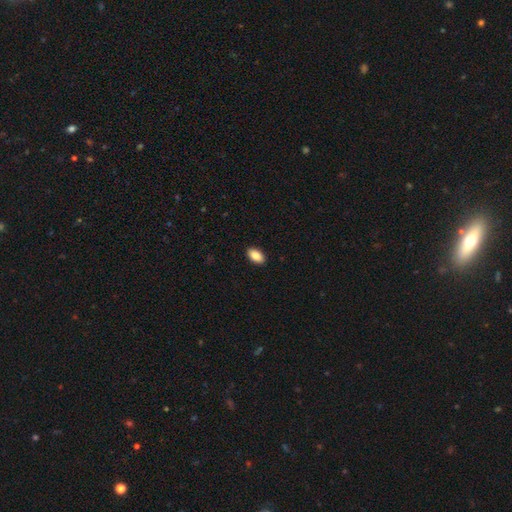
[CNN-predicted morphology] type=smooth (88%); roundness=in between (93%); merging=none (91%).